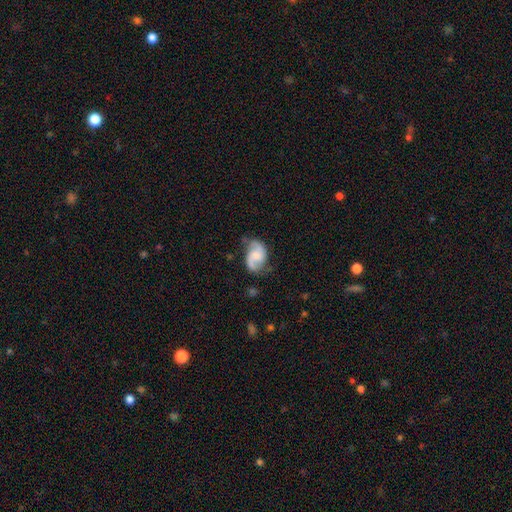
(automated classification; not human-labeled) Smooth or featured? Predicted: featured or disk (p=0.77). Edge-on disk? Predicted: no (p=0.98). Bar? Predicted: no (p=0.50). Spiral arms? Predicted: yes (p=0.95). Spiral winding? Predicted: medium (p=0.47). Spiral arm count? Predicted: 2 (p=0.90). Bulge size? Predicted: moderate (p=0.38). Merging? Predicted: none (p=0.65).